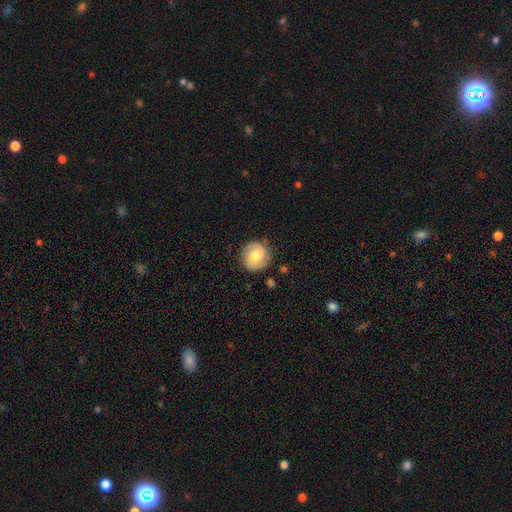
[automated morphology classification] Smooth or featured: smooth — 58% (featured or disk — 34%)
How rounded: round — 91% (in between — 8%)
Merging: none — 84% (minor disturbance — 11%)